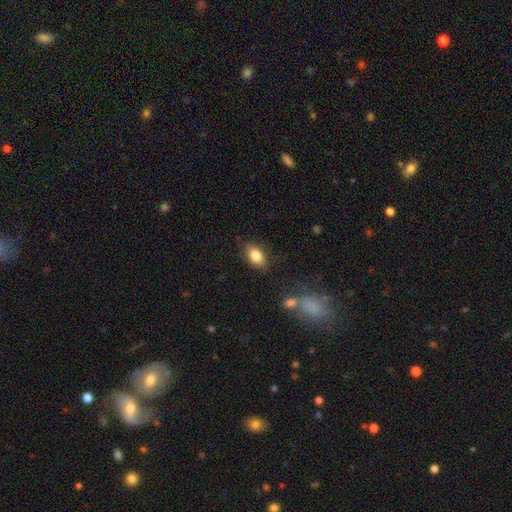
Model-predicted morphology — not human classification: A smooth galaxy with no disk features (83%) that is in between round and cigar-shaped (86%). Merging: none (82%).